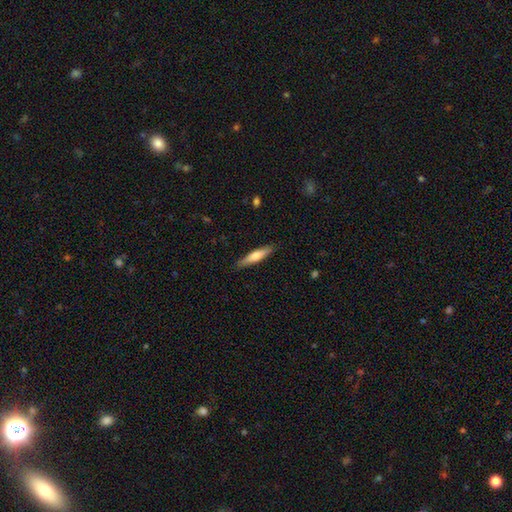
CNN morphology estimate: type=smooth (58%); roundness=cigar-shaped (85%); merging=none (89%).